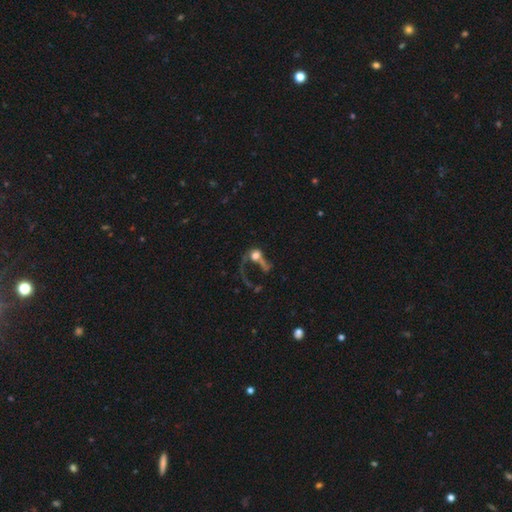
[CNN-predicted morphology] Overall: smooth (44%; featured or disk 40%). Merging: major disturbance (49%; merger 25%).